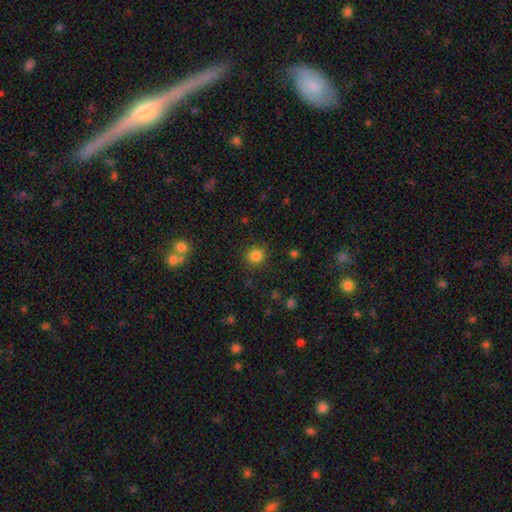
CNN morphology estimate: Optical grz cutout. It shows a smooth galaxy with no disk features (83%) that is round (88%). Merging: none (90%).